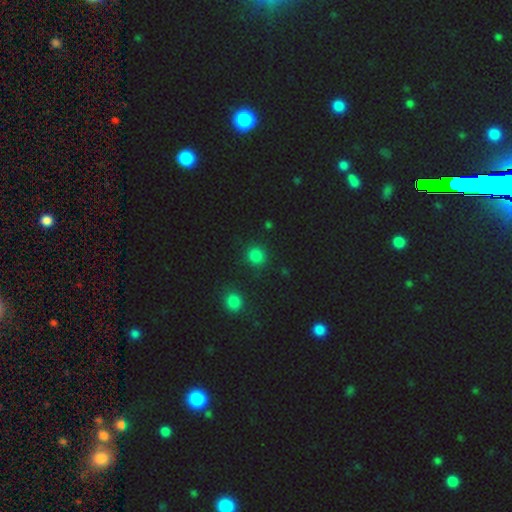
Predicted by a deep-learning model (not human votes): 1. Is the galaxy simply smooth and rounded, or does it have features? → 81% smooth, 15% star or artifact, 4% featured or disk.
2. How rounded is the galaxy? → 89% round, 10% in between, 1% cigar-shaped.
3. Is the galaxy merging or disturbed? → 87% none, 7% minor disturbance, 3% merger, 3% major disturbance.